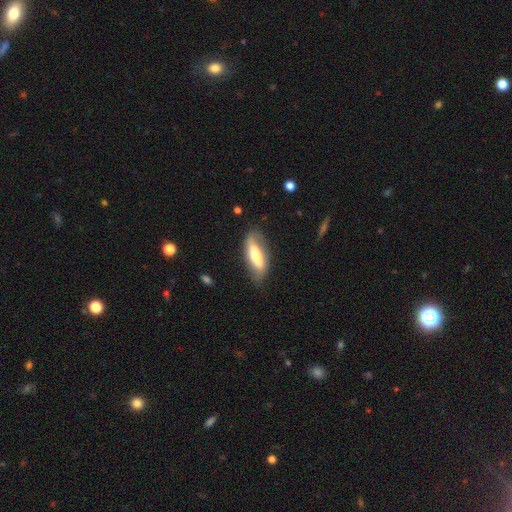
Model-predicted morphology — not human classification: Smooth or featured? smooth (53%)
How rounded? in between (64%)
Merging? none (68%)